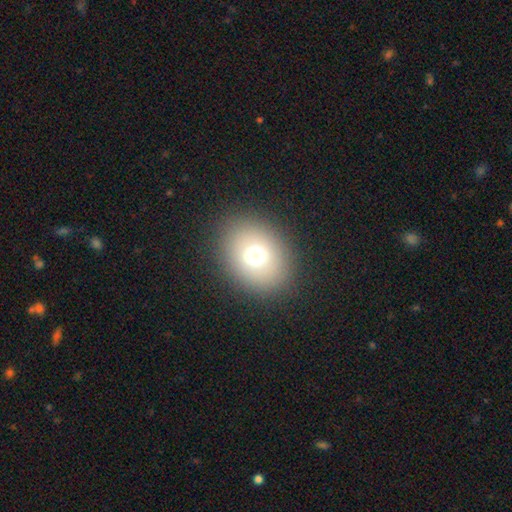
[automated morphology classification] Smooth or featured: smooth — 68% (star or artifact — 18%)
How rounded: round — 56% (in between — 43%)
Merging: none — 87% (minor disturbance — 7%)